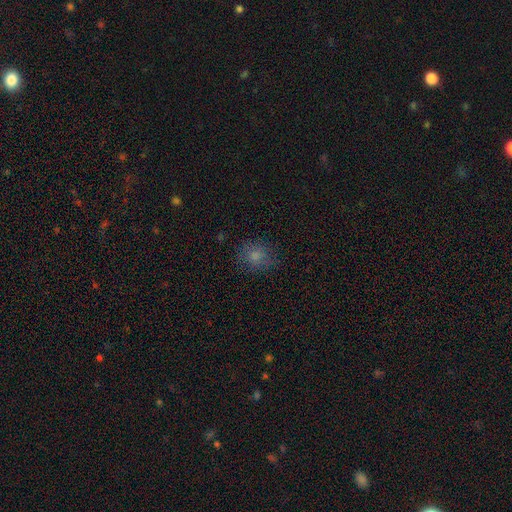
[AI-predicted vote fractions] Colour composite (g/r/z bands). It shows a smooth galaxy with no disk features (77%) that is round (73%). Merging: none (76%).